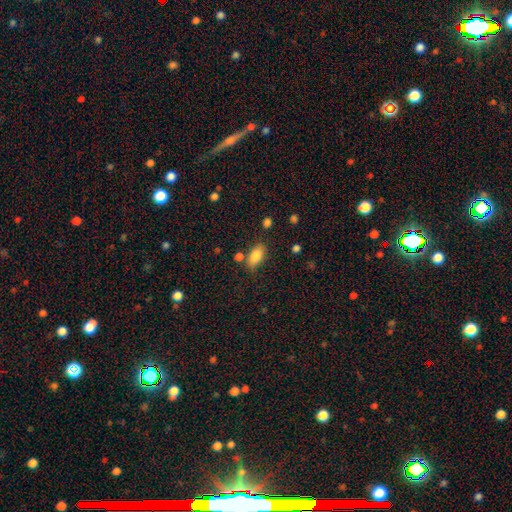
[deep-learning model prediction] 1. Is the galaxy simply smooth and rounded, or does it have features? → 84% smooth, 8% star or artifact, 8% featured or disk.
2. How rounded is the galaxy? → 90% in between, 5% round, 5% cigar-shaped.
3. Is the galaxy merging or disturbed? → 71% none, 16% minor disturbance, 8% merger, 5% major disturbance.